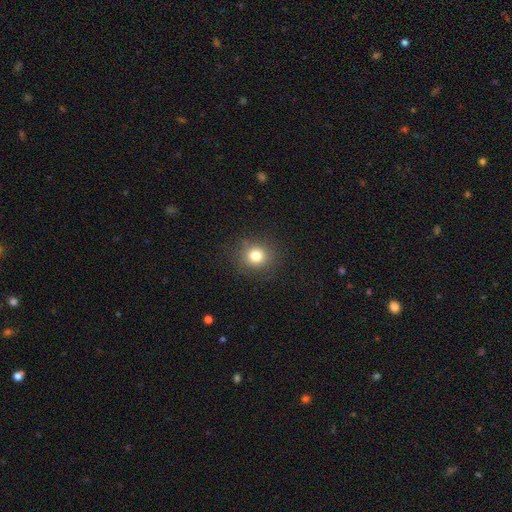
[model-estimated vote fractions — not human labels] smooth 79%, star or artifact 14%, featured or disk 7%. Down the decision tree: how rounded — round (86%); merging — none (87%).